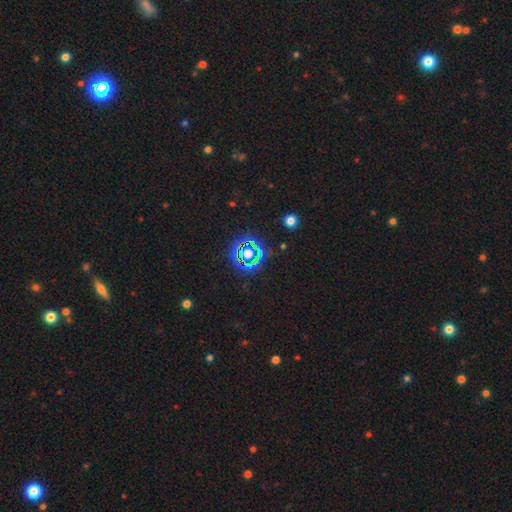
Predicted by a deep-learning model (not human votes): A star or artifact, not a galaxy (74%).